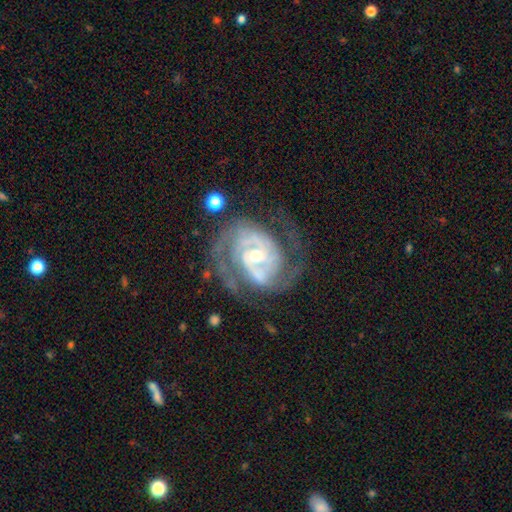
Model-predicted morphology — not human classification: Smooth or featured: featured or disk — 91% (star or artifact — 5%)
Edge-on disk: no — 97% (yes — 3%)
Bar: no — 46% (weak — 38%)
Spiral arms: yes — 97% (no — 3%)
Spiral winding: tight — 62% (medium — 32%)
Spiral arm count: 2 — 48% (3 — 23%)
Bulge size: moderate — 55% (small — 40%)
Merging: none — 64% (minor disturbance — 19%)